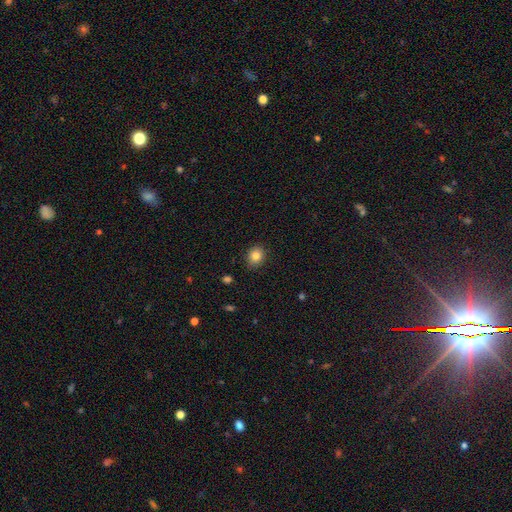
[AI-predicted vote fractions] A smooth galaxy with no disk features (84%) that is round (65%).

Vote fractions:
- Smooth or featured? smooth: 84% / star or artifact: 10% / featured or disk: 6%
- How rounded? round: 65% / in between: 34% / cigar-shaped: 1%
- Merging? none: 88% / minor disturbance: 9% / major disturbance: 2% / merger: 1%